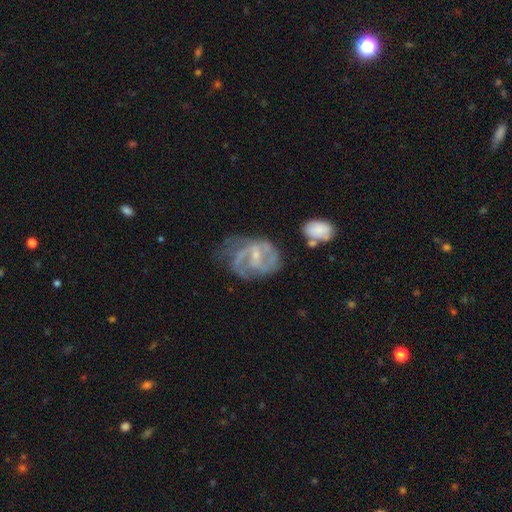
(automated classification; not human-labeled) Smooth or featured?
  - featured or disk: 79% *
  - smooth: 14%
  - star or artifact: 7%
Edge-on disk?
  - no: 97% *
  - yes: 3%
Bar?
  - weak: 48% *
  - no: 31%
  - strong: 21%
Spiral arms?
  - yes: 82% *
  - no: 18%
Spiral winding?
  - medium: 45% *
  - tight: 30%
  - loose: 25%
Spiral arm count?
  - 2: 43% *
  - can't tell: 30%
  - 3: 13%
  - 1: 8%
  - 4: 3%
  - more than 4: 3%
Bulge size?
  - small: 70% *
  - moderate: 21%
  - none: 7%
  - large: 1%
  - dominant: 1%
Merging?
  - none: 38% *
  - major disturbance: 30%
  - minor disturbance: 27%
  - merger: 5%